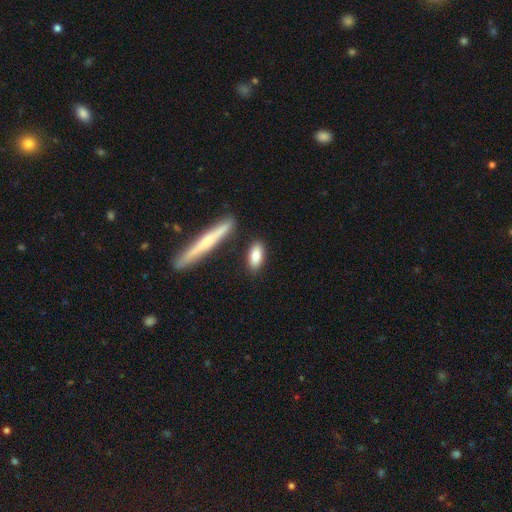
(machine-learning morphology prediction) Smooth or featured? smooth (79%)
How rounded? in between (79%)
Merging? none (84%)